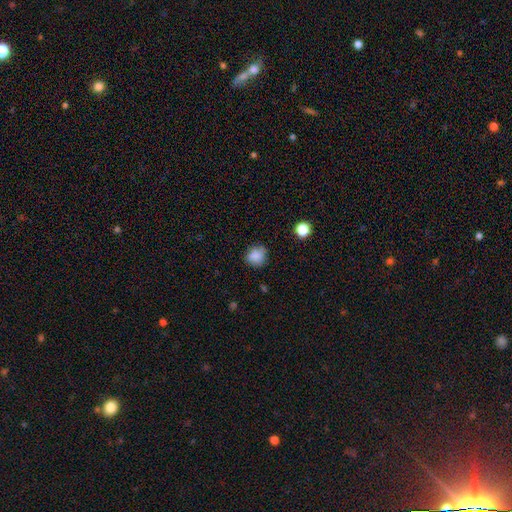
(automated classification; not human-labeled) Overall: smooth (83%). How rounded: round (79%). Merging: none (71%).